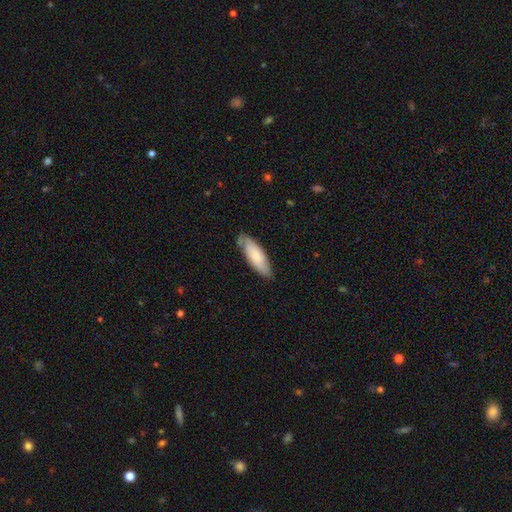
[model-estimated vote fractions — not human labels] The model was most divided on "how rounded": in between: 58%, cigar-shaped: 40%, round: 1%. More confident: merging — none (76%); smooth or featured — smooth (73%).